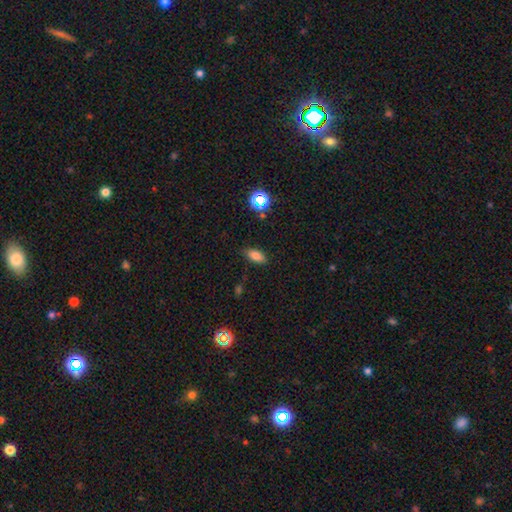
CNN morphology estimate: A smooth galaxy with no disk features (79%) that is in between round and cigar-shaped (87%). Merging: none (84%).